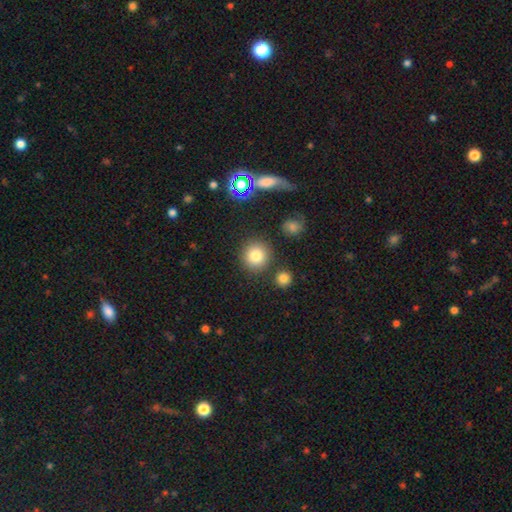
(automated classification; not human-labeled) Smooth or featured: smooth — 80% (star or artifact — 13%)
How rounded: round — 92% (in between — 6%)
Merging: none — 84% (minor disturbance — 7%)